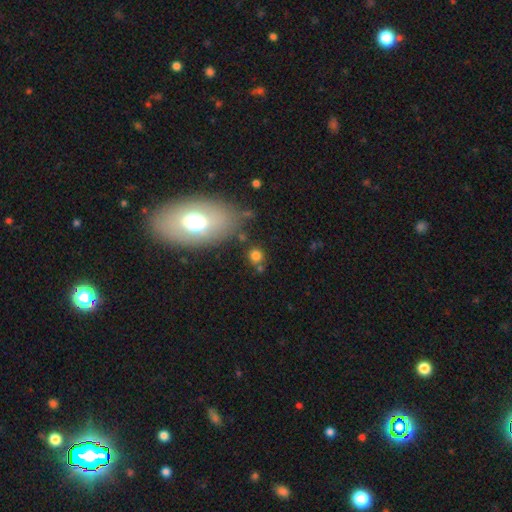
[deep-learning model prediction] Smooth or featured?
  - smooth: 76% *
  - star or artifact: 15%
  - featured or disk: 9%
How rounded?
  - round: 79% *
  - in between: 20%
  - cigar-shaped: 2%
Merging?
  - none: 72% *
  - minor disturbance: 11%
  - merger: 11%
  - major disturbance: 5%